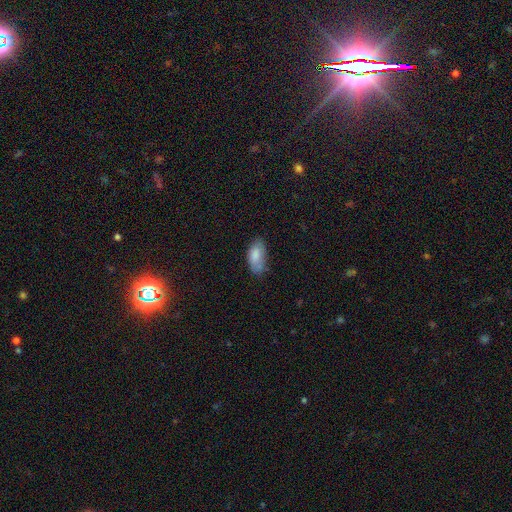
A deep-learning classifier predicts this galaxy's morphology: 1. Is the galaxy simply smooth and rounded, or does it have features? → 81% smooth, 12% featured or disk, 7% star or artifact.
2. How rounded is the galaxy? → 92% in between, 6% cigar-shaped, 3% round.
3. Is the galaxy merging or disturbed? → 60% none, 29% minor disturbance, 7% major disturbance, 4% merger.